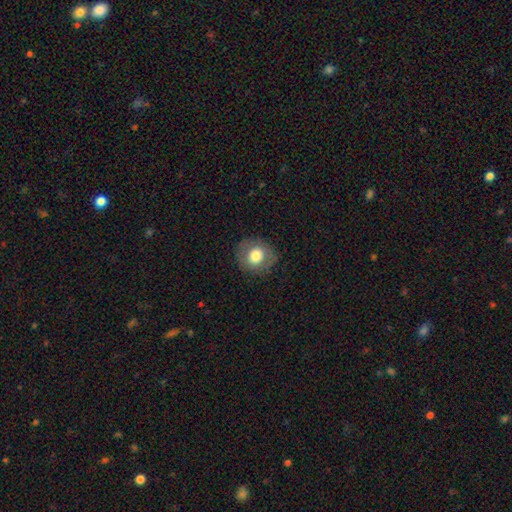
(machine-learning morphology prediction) This is likely a smooth galaxy (72%). How rounded: clearly round (85%). Merging: clearly none (85%).